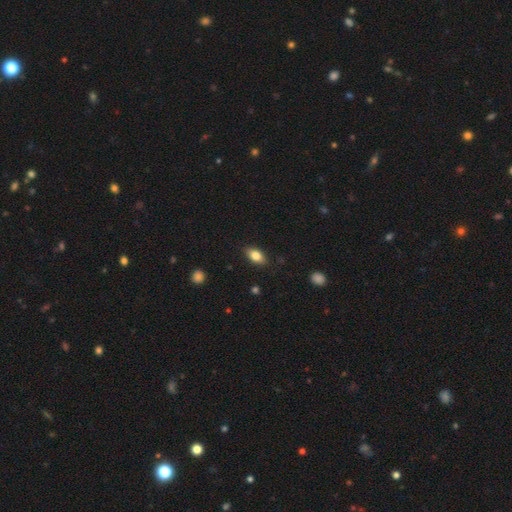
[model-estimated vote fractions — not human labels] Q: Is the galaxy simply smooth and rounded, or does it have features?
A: smooth — 81%.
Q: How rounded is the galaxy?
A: in between — 87%.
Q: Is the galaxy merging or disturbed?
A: none — 86%.